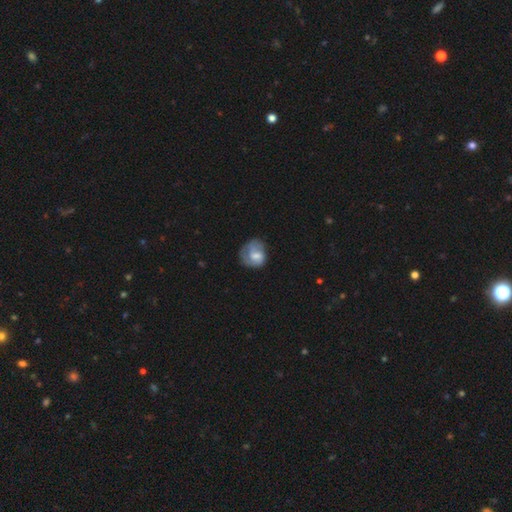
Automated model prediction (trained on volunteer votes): Morphology: type=smooth (56%); roundness=round (64%); merging=none (46%).